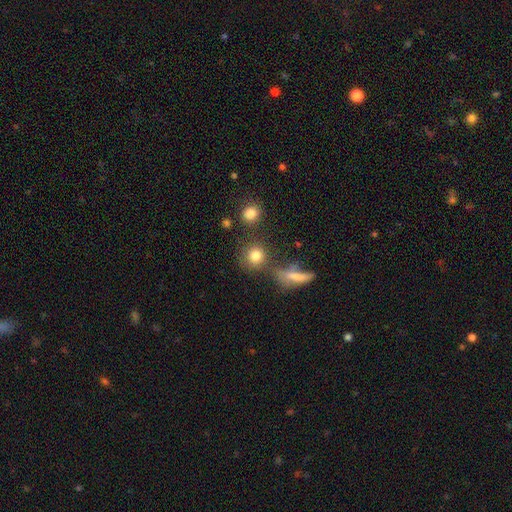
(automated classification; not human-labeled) smooth-or-featured: smooth: 79% | star or artifact: 12% | featured or disk: 9%
  how-rounded: round: 87% | in between: 11% | cigar-shaped: 3%
  merging: none: 70% | merger: 14% | minor disturbance: 10% | major disturbance: 5%